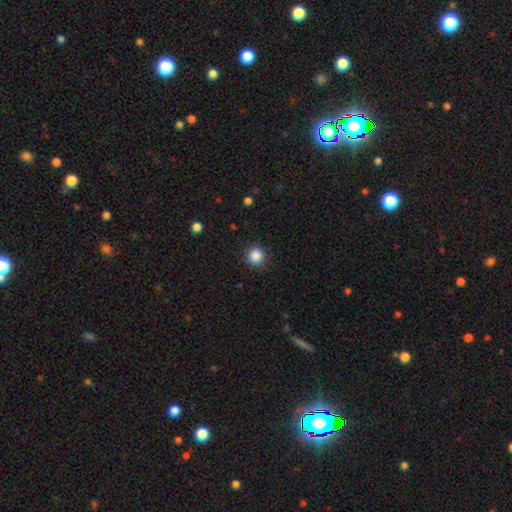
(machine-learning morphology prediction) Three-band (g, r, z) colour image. It shows a smooth galaxy with no disk features (87%) that is round (92%). Merging: none (90%).